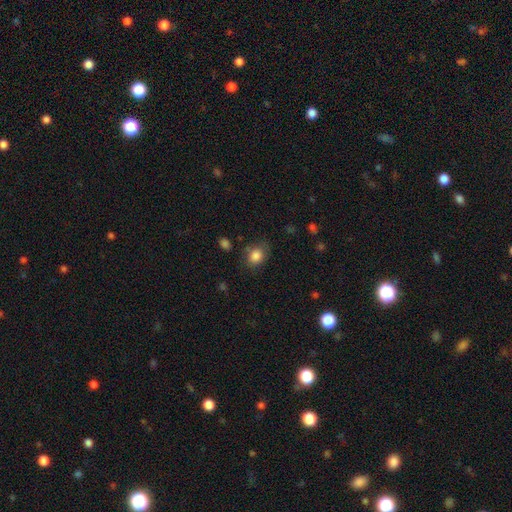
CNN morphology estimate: A smooth galaxy with no disk features (84%) that is round (53%). Merging: none (71%).